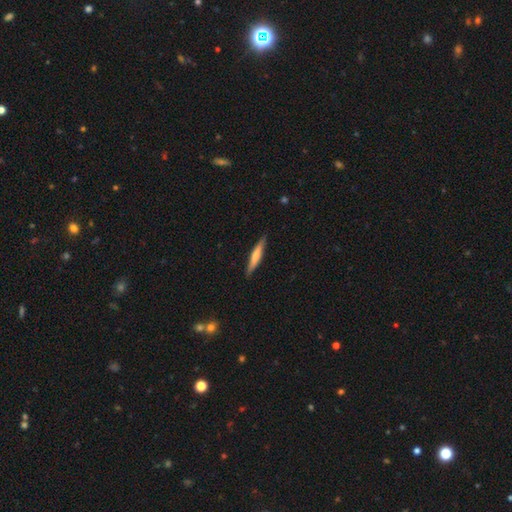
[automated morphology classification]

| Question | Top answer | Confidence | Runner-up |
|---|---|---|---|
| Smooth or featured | smooth | 59% | featured or disk (35%) |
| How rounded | cigar-shaped | 92% | in between (7%) |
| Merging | none | 88% | minor disturbance (9%) |